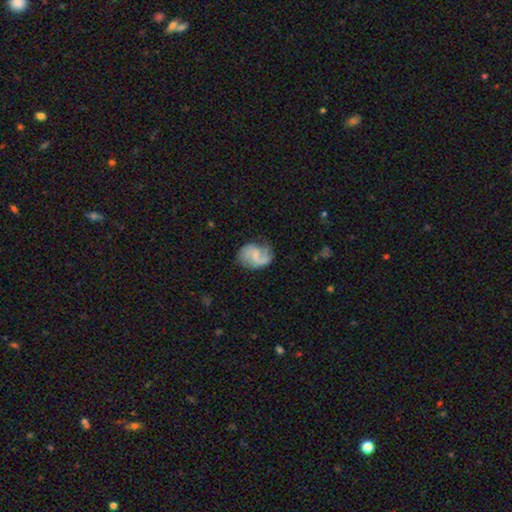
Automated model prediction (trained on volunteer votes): Q: Smooth or featured?
A: featured or disk (65%); runner-up: smooth (28%)
Q: Edge-on disk?
A: no (98%); runner-up: yes (2%)
Q: Bar?
A: weak (53%); runner-up: no (33%)
Q: Spiral arms?
A: yes (89%); runner-up: no (11%)
Q: Spiral winding?
A: medium (43%); runner-up: loose (39%)
Q: Spiral arm count?
A: 2 (69%); runner-up: 1 (19%)
Q: Bulge size?
A: none (41%); runner-up: small (35%)
Q: Merging?
A: none (58%); runner-up: minor disturbance (25%)